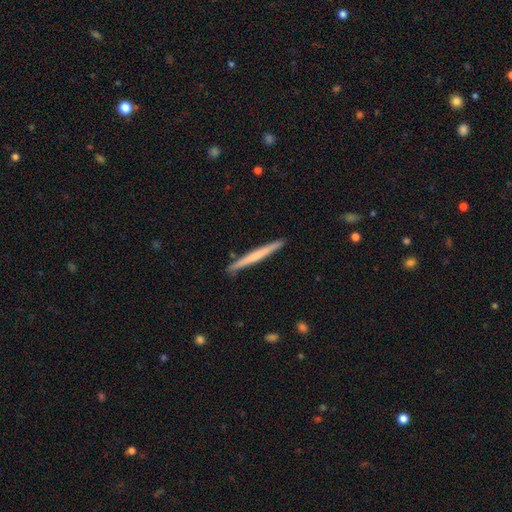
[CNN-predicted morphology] smooth 50%, featured or disk 44%, star or artifact 5%. Down the decision tree: how rounded — cigar-shaped (97%); merging — none (91%).